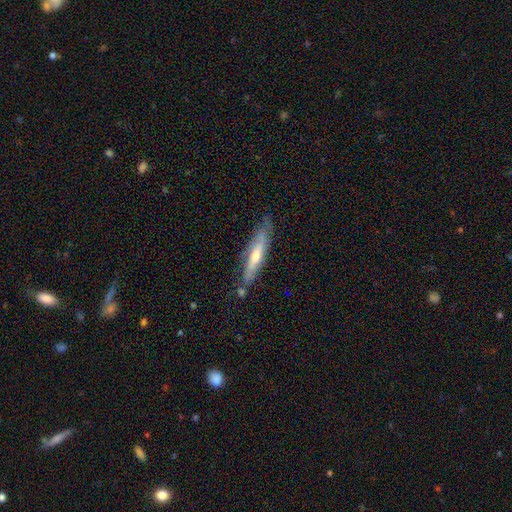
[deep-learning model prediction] smooth_or_featured: featured or disk (p=0.61) [alt: smooth p=0.33]
disk_edge_on: yes (p=0.71) [alt: no p=0.29]
merging: none (p=0.72) [alt: minor disturbance p=0.20]